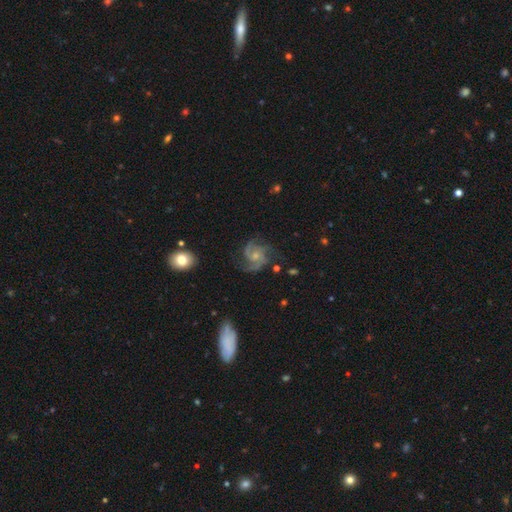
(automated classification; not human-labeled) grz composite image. It shows a featured or disk galaxy (86%) with no bar (71%), 3 (48%) medium (52%) spiral arms (97%) and a small central bulge (54%). Merging: none (65%).